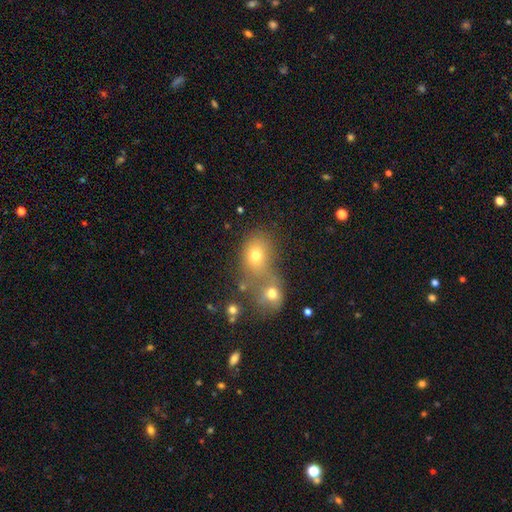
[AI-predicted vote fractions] Smooth or featured: smooth — 70% (star or artifact — 15%)
How rounded: round — 50% (in between — 49%)
Merging: merger — 57% (none — 29%)